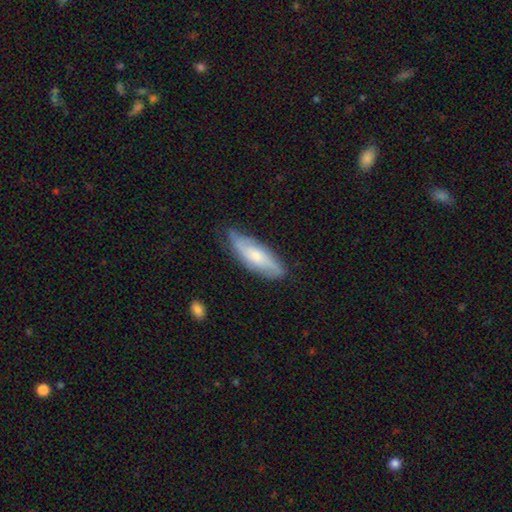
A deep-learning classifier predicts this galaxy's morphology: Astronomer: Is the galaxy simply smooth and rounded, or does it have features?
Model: featured or disk — 51% (runner-up: smooth, 43%).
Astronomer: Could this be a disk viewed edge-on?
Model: no — 74%.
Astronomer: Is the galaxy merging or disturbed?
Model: none — 70%.